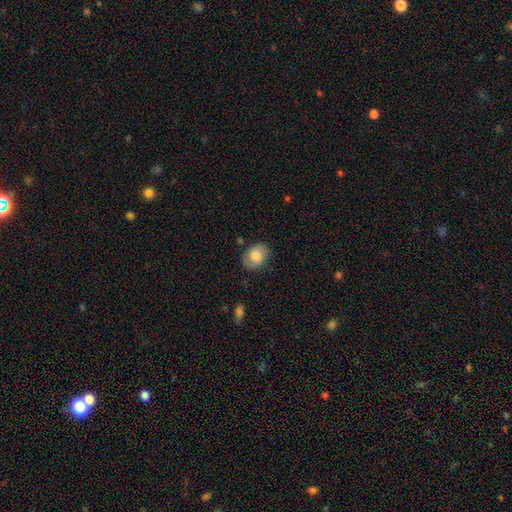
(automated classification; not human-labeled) A smooth galaxy with no disk features (70%) that is in between round and cigar-shaped (66%).

Vote fractions:
- Smooth or featured? smooth: 70% / featured or disk: 23% / star or artifact: 8%
- How rounded? in between: 66% / round: 33% / cigar-shaped: 1%
- Merging? none: 75% / minor disturbance: 19% / major disturbance: 5% / merger: 2%